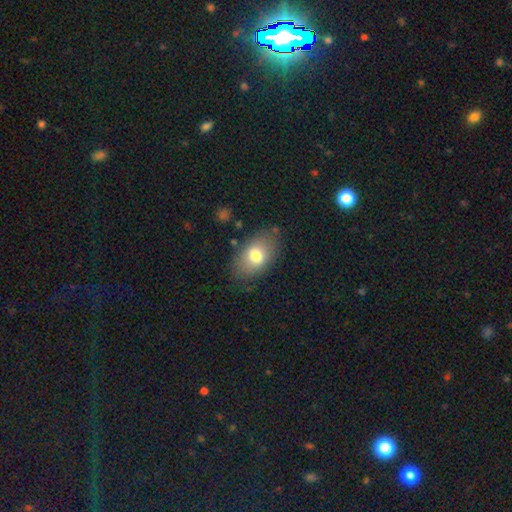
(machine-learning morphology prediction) A smooth galaxy with no disk features (73%) that is in between round and cigar-shaped (88%).

Vote fractions:
- Smooth or featured? smooth: 73% / featured or disk: 19% / star or artifact: 8%
- How rounded? in between: 88% / round: 10% / cigar-shaped: 2%
- Merging? none: 78% / minor disturbance: 15% / major disturbance: 5% / merger: 2%